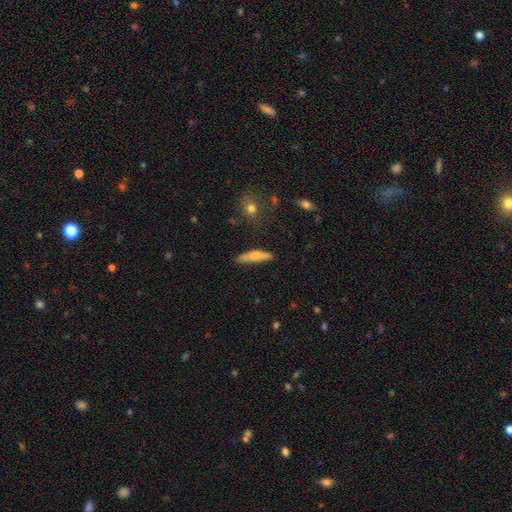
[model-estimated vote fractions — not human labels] The model was most divided on "smooth or featured": smooth: 72%, featured or disk: 22%, star or artifact: 6%. More confident: how rounded — cigar-shaped (77%); merging — none (74%).